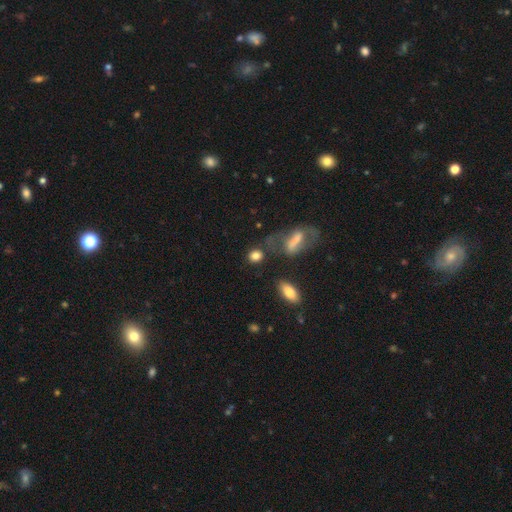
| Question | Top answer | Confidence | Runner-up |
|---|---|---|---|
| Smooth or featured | smooth | 85% | featured or disk (8%) |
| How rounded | round | 62% | in between (35%) |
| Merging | none | 65% | merger (16%) |